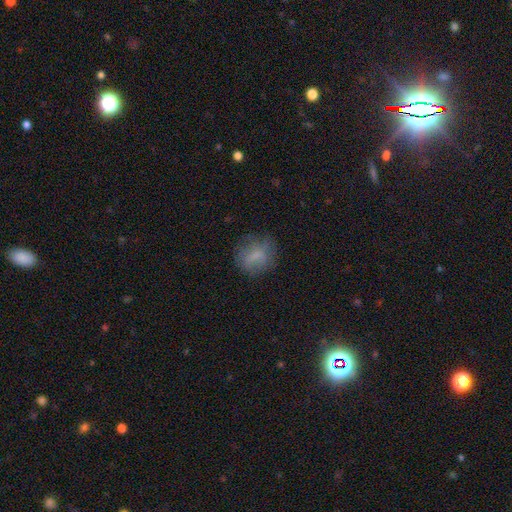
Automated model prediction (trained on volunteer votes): smooth-or-featured: smooth: 69% | featured or disk: 21% | star or artifact: 11%
  how-rounded: round: 67% | in between: 31% | cigar-shaped: 2%
  merging: none: 70% | minor disturbance: 19% | major disturbance: 9% | merger: 2%